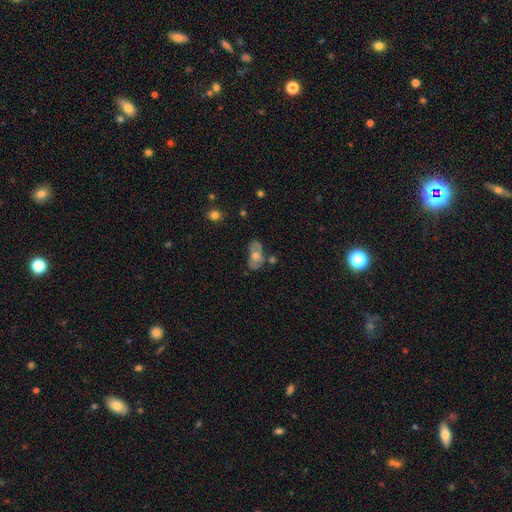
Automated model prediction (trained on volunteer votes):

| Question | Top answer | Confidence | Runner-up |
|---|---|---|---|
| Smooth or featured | smooth | 48% | featured or disk (44%) |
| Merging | none | 58% | minor disturbance (23%) |